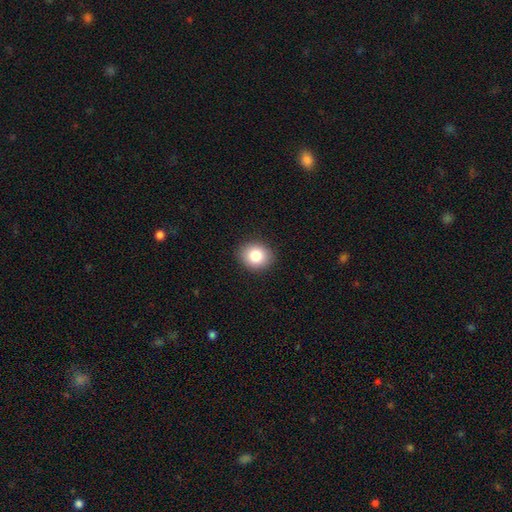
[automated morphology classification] A smooth galaxy with no disk features (83%) that is round (70%). Merging: none (91%).